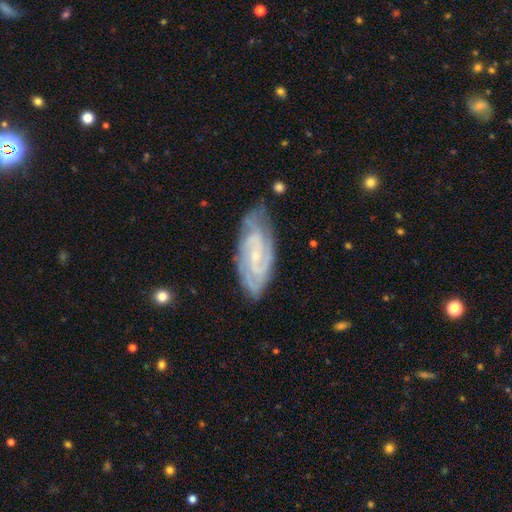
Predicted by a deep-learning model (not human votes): Overall: featured or disk (85%). Edge-on disk: no (93%). Bar: no (48%; weak 40%). Spiral arms: yes (97%). Spiral arm count: 2 (40%; 3 22%). Spiral winding: tight (62%; medium 32%). Bulge size: small (77%). Merging: none (72%).